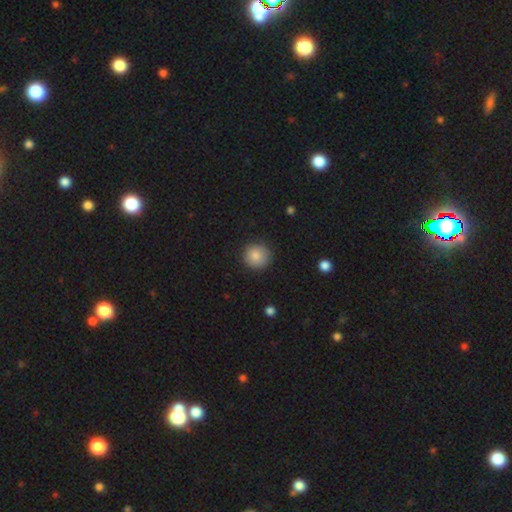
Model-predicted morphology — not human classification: Smooth or featured? Predicted: smooth (p=0.85). How rounded? Predicted: round (p=0.93). Merging? Predicted: none (p=0.88).